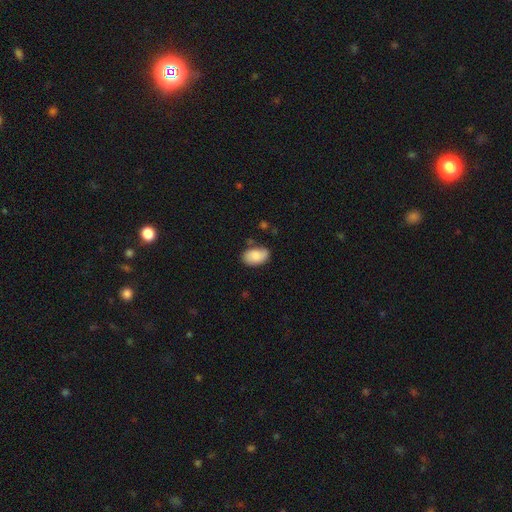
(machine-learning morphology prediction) This is clearly a smooth galaxy (84%). How rounded: clearly in between (92%). Merging: likely none (76%).